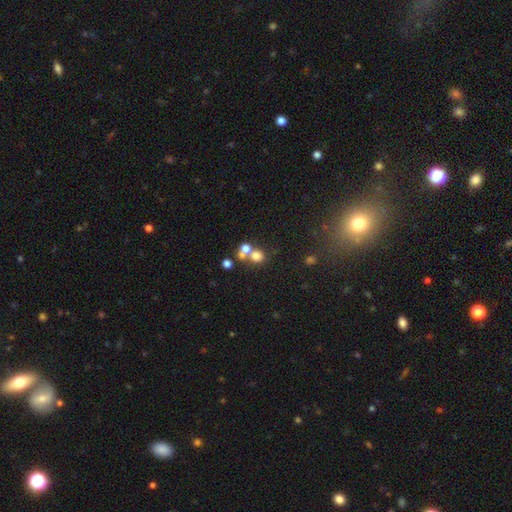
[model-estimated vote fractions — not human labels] Smooth or featured: smooth — 70% (star or artifact — 16%)
How rounded: round — 81% (in between — 18%)
Merging: merger — 46% (none — 42%)